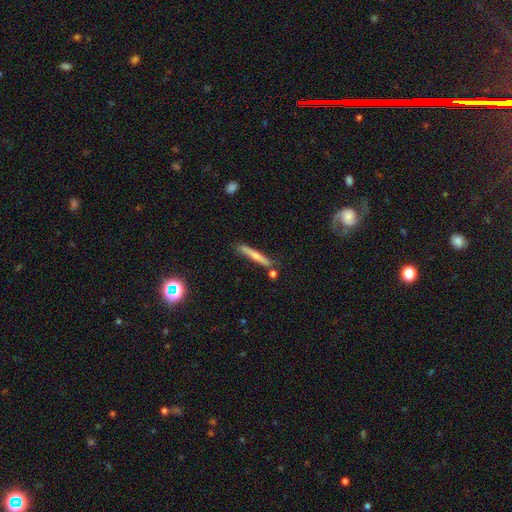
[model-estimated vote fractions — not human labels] Q: Smooth or featured?
A: smooth (53%); runner-up: featured or disk (41%)
Q: How rounded?
A: cigar-shaped (94%); runner-up: in between (4%)
Q: Merging?
A: none (78%); runner-up: minor disturbance (13%)